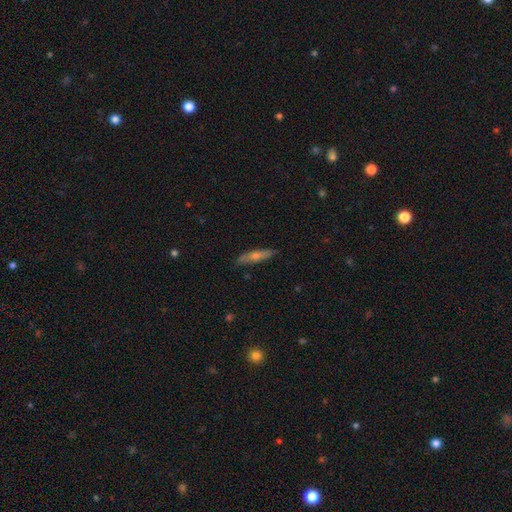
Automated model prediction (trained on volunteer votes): Morphology: type=smooth (47%); merging=none (85%).